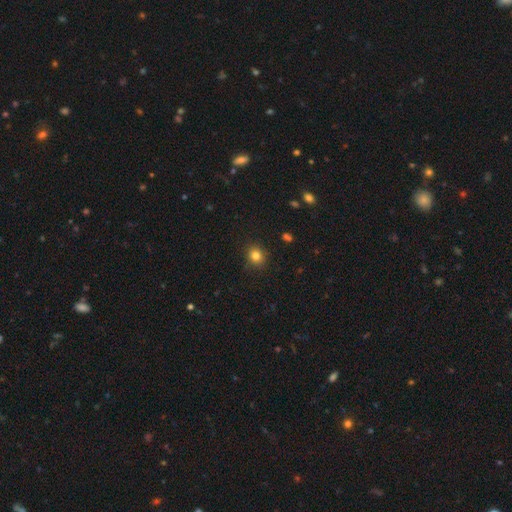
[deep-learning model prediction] Morphology: type=smooth (82%); roundness=round (77%); merging=none (89%).